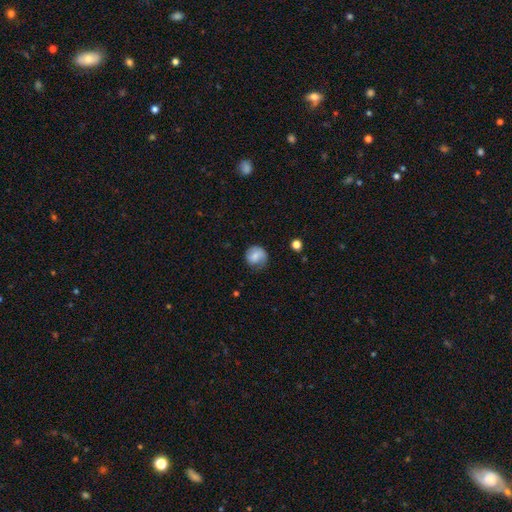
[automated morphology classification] The model was most divided on "merging": none: 65%, minor disturbance: 25%, major disturbance: 9%, merger: 1%. More confident: how rounded — round (85%); smooth or featured — smooth (75%).